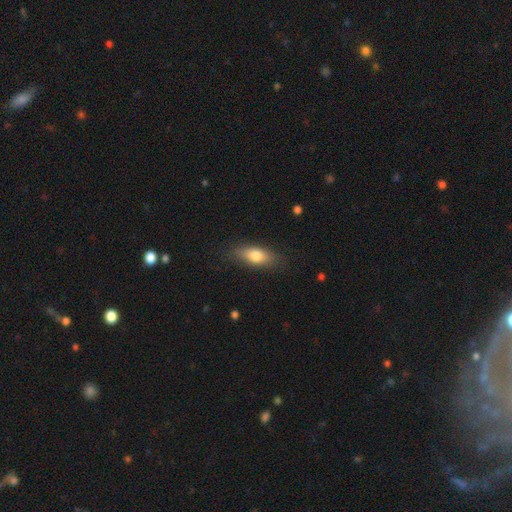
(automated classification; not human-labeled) smooth 76%, featured or disk 17%, star or artifact 7%. Down the decision tree: how rounded — in between (73%); merging — none (82%).